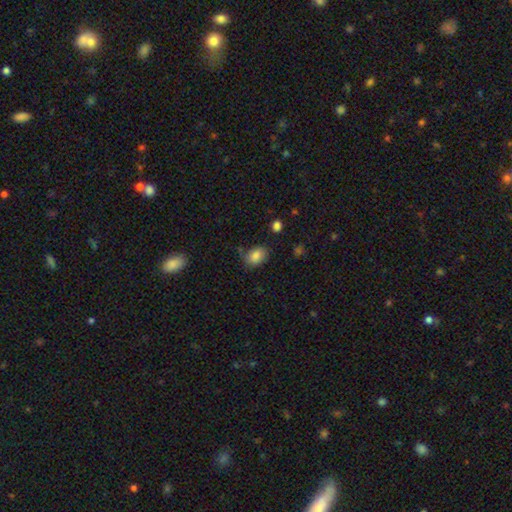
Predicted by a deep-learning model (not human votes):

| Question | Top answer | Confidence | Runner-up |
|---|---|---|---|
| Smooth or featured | smooth | 84% | star or artifact (9%) |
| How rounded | in between | 77% | round (22%) |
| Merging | none | 69% | minor disturbance (21%) |